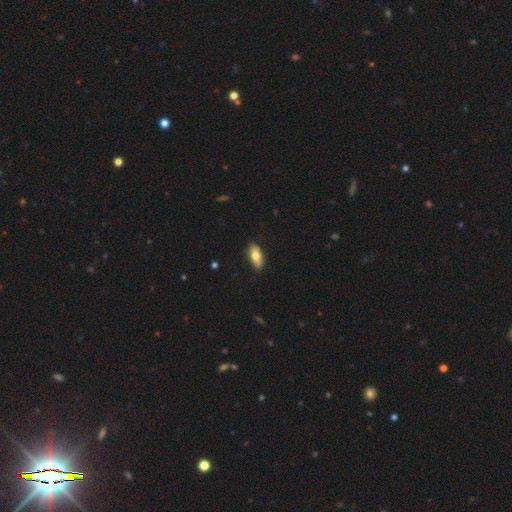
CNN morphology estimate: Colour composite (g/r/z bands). It shows a smooth galaxy with no disk features (76%) that is in between round and cigar-shaped (86%). Merging: none (87%).